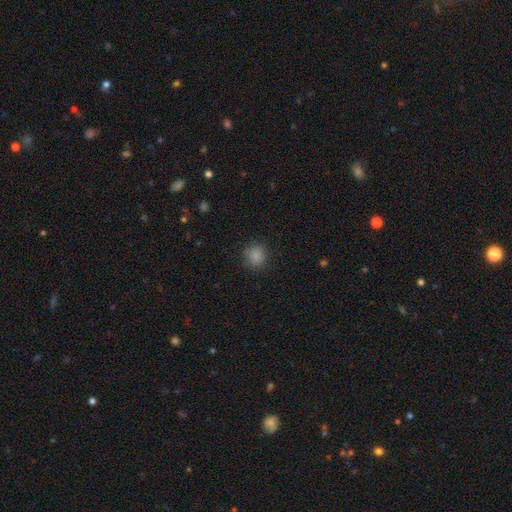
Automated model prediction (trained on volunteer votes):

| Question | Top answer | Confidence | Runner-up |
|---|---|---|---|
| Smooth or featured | smooth | 85% | star or artifact (11%) |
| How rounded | round | 85% | in between (14%) |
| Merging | none | 85% | minor disturbance (11%) |